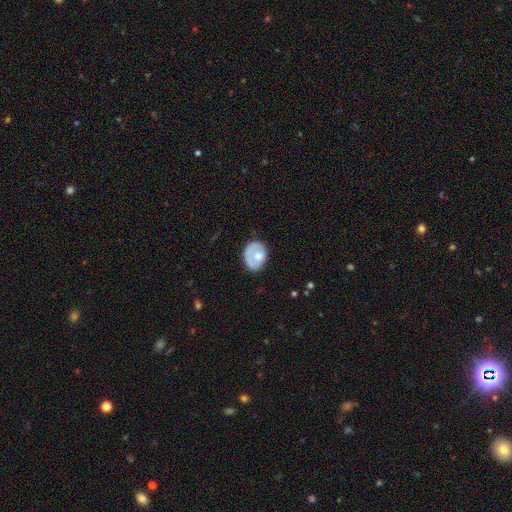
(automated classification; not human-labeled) Smooth or featured? smooth (63%)
How rounded? in between (60%)
Merging? none (58%)